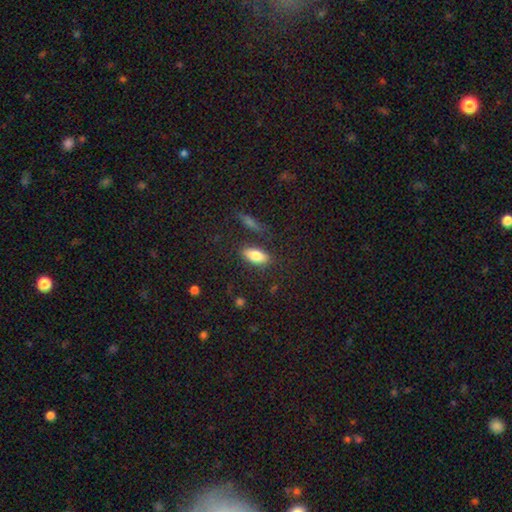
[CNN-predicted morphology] type=smooth (80%); roundness=in between (84%); merging=none (82%).